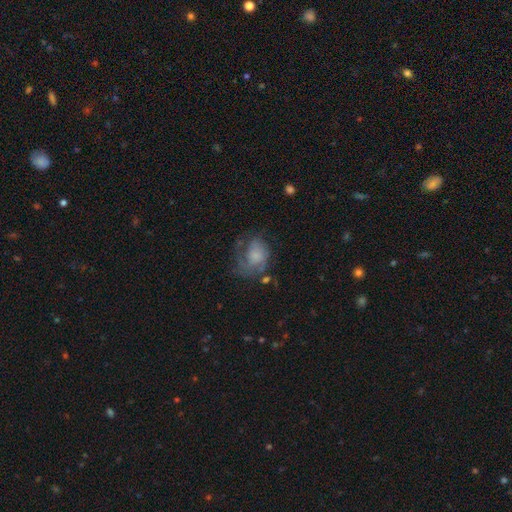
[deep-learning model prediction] Overall: featured or disk (54%; smooth 37%). Edge-on disk: no (98%). Bar: no (77%). Spiral arms: yes (77%). Bulge size: small (29%; none 28%). Merging: none (41%; major disturbance 32%).